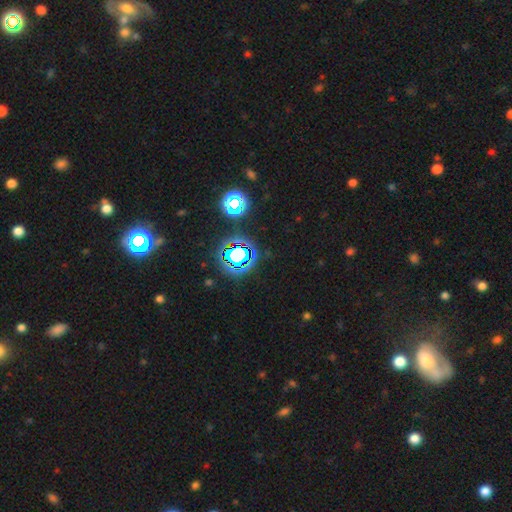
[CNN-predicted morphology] Smooth or featured: star or artifact — 78% (smooth — 14%)